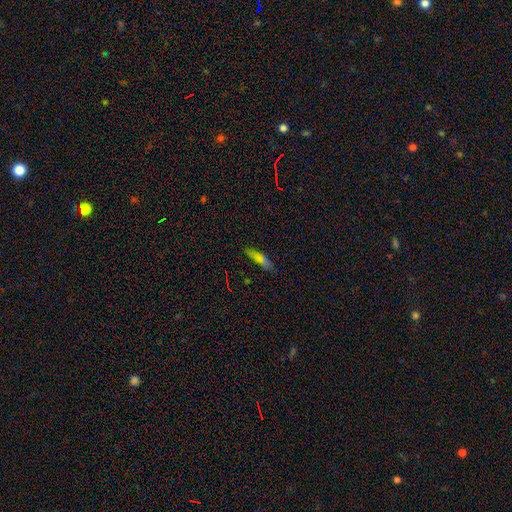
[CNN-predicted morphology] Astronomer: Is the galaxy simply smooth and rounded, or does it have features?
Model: smooth — 62%.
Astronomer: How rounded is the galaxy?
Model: cigar-shaped — 80%.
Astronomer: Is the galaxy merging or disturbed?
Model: none — 81%.